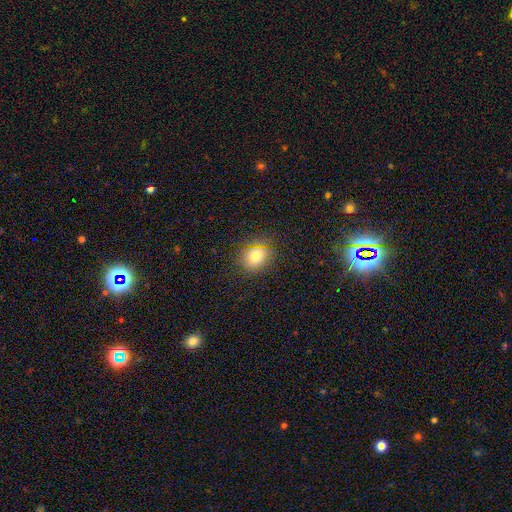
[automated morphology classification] Q: Smooth or featured?
A: smooth (74%); runner-up: star or artifact (17%)
Q: How rounded?
A: round (65%); runner-up: in between (33%)
Q: Merging?
A: none (84%); runner-up: minor disturbance (11%)